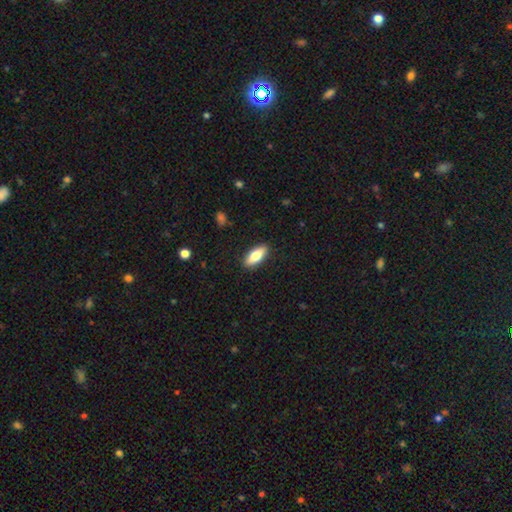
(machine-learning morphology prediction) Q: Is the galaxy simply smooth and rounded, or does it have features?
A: smooth — 70%.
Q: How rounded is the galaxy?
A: in between — 66%.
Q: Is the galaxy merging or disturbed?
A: none — 89%.